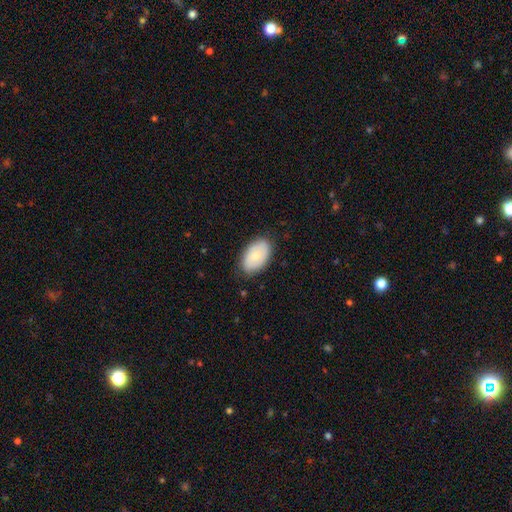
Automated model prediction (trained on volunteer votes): Overall: smooth (67%; featured or disk 27%). How rounded: in between (92%). Merging: none (82%).